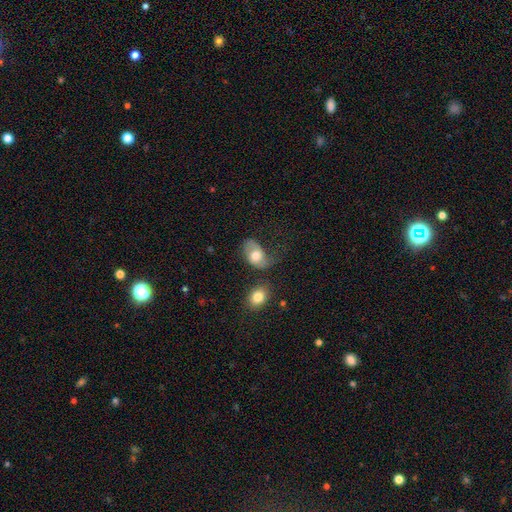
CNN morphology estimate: This is possibly a smooth galaxy (52%). How rounded: clearly in between (83%). Merging: marginally none (38%).